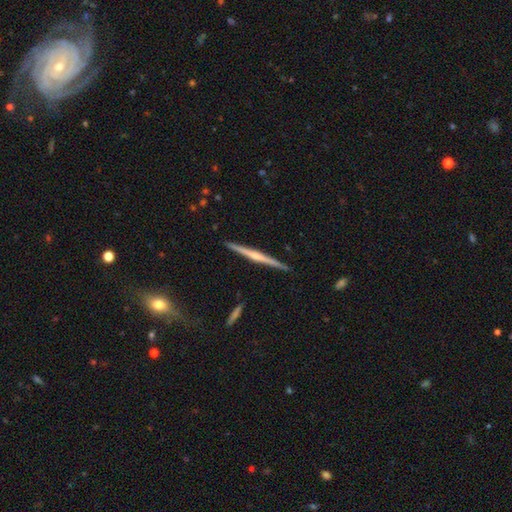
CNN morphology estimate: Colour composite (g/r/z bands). It shows a featured or disk galaxy (74%) viewed edge-on (98%) with a rounded central bulge (64%). Merging: none (92%).